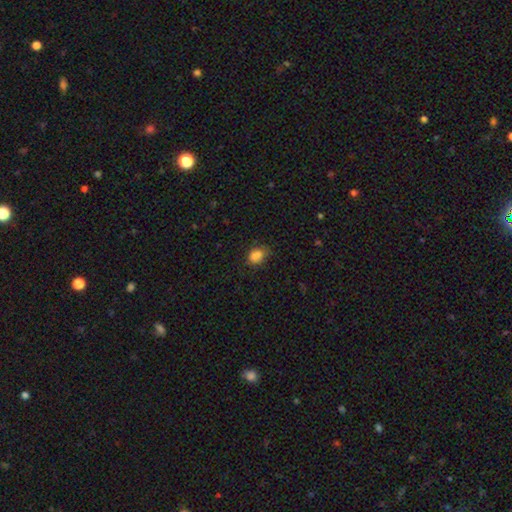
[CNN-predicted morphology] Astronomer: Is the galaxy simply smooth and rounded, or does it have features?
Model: smooth — 82%.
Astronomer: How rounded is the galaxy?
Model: in between — 61% (runner-up: round, 37%).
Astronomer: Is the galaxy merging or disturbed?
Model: none — 59%.